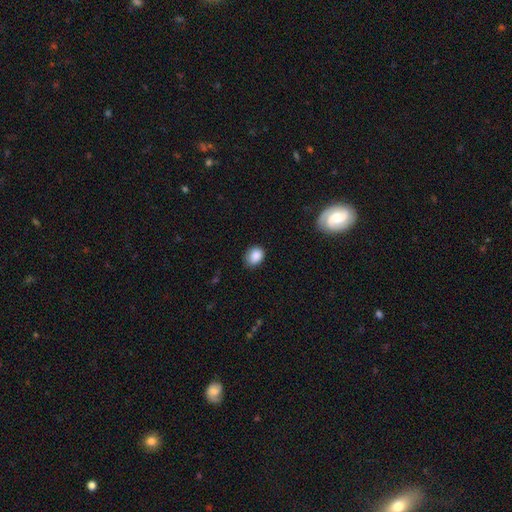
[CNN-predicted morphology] smooth_or_featured: smooth (p=0.87) [alt: star or artifact p=0.09]
how_rounded: in between (p=0.53) [alt: round p=0.46]
merging: none (p=0.73) [alt: minor disturbance p=0.22]